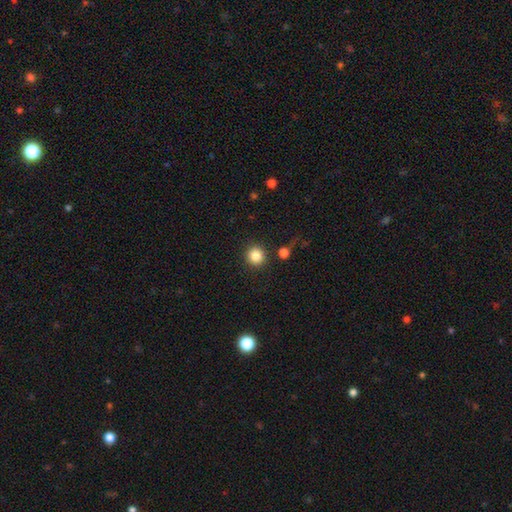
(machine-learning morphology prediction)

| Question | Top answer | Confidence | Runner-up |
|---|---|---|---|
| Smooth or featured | smooth | 85% | star or artifact (10%) |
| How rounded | round | 92% | in between (7%) |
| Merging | none | 86% | minor disturbance (7%) |